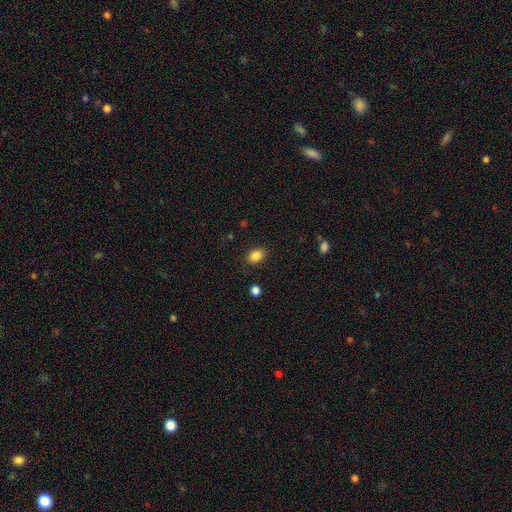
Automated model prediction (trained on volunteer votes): smooth 86%, star or artifact 10%, featured or disk 5%. Down the decision tree: how rounded — in between (65%); merging — none (86%).